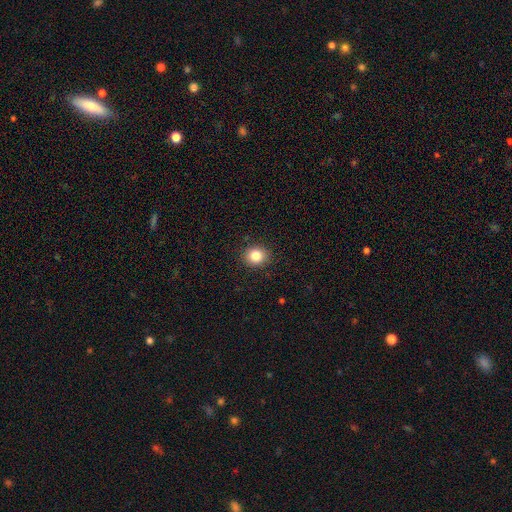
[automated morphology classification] Smooth or featured? smooth (84%)
How rounded? round (77%)
Merging? none (90%)